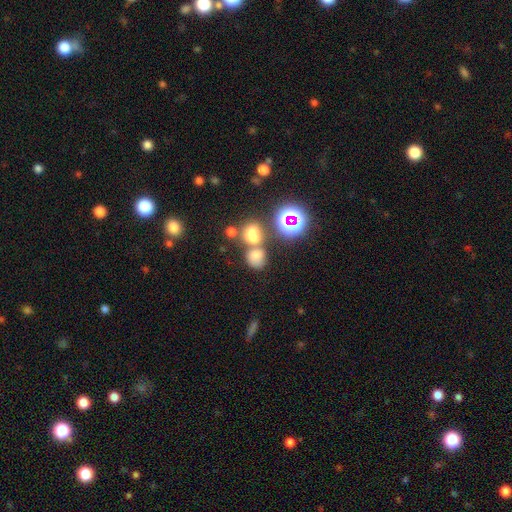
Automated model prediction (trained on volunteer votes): Morphology: type=smooth (67%); roundness=round (62%); merging=none (42%, tied with merger).